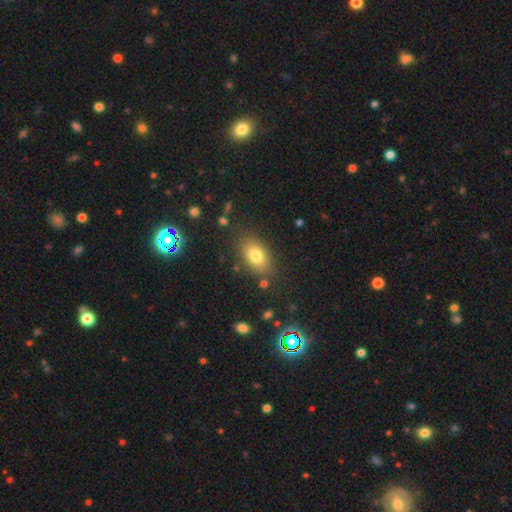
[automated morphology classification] Smooth or featured? smooth (79%)
How rounded? in between (85%)
Merging? none (80%)